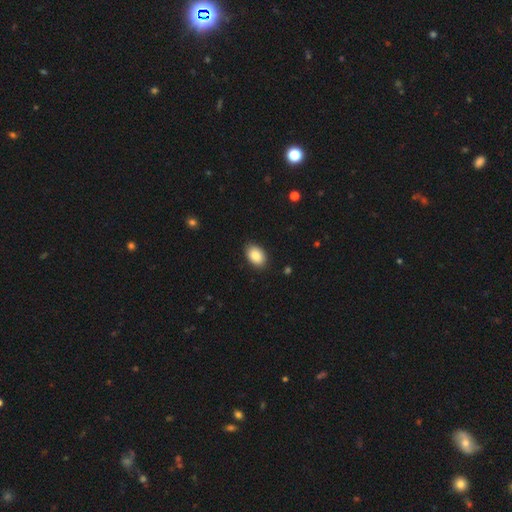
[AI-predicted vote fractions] Overall: smooth (87%). How rounded: in between (87%). Merging: none (88%).